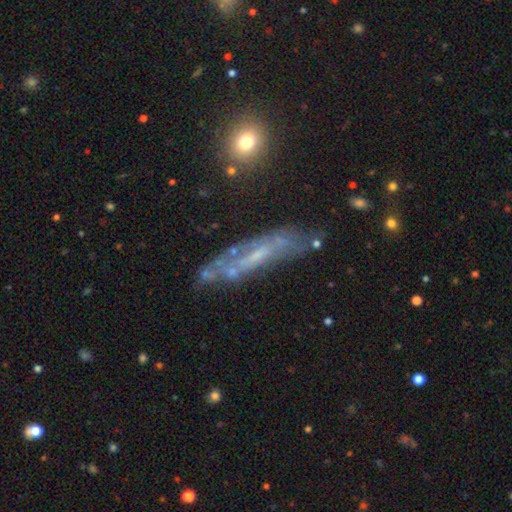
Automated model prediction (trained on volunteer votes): Smooth or featured?
  - featured or disk: 65% *
  - smooth: 25%
  - star or artifact: 10%
Edge-on disk?
  - no: 62% *
  - yes: 38%
Merging?
  - none: 52% *
  - minor disturbance: 25%
  - major disturbance: 15%
  - merger: 8%